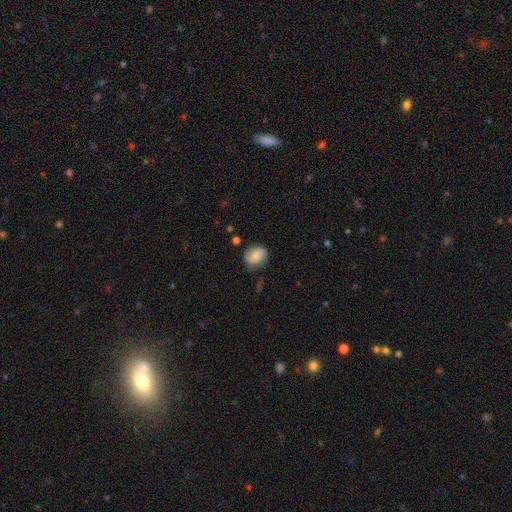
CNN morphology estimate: Overall: smooth (72%). How rounded: round (61%; in between 38%). Merging: none (66%).